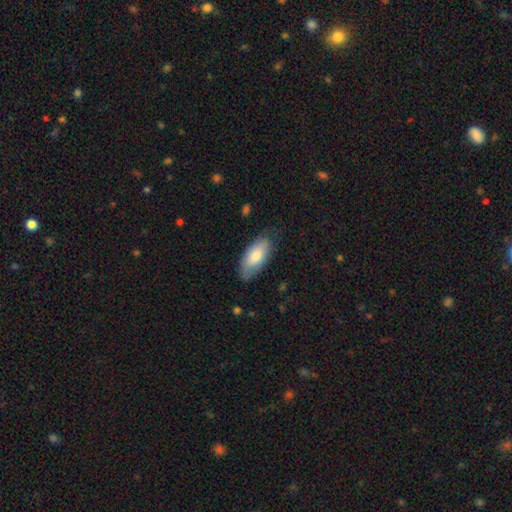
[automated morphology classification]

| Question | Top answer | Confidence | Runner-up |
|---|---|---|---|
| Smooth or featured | smooth | 77% | featured or disk (18%) |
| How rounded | in between | 88% | cigar-shaped (10%) |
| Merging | none | 73% | minor disturbance (21%) |